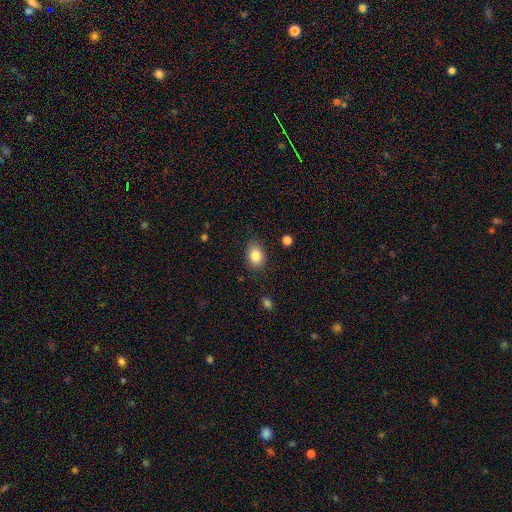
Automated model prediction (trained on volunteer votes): Smooth or featured: smooth — 84% (star or artifact — 9%)
How rounded: in between — 70% (round — 29%)
Merging: none — 85% (minor disturbance — 11%)